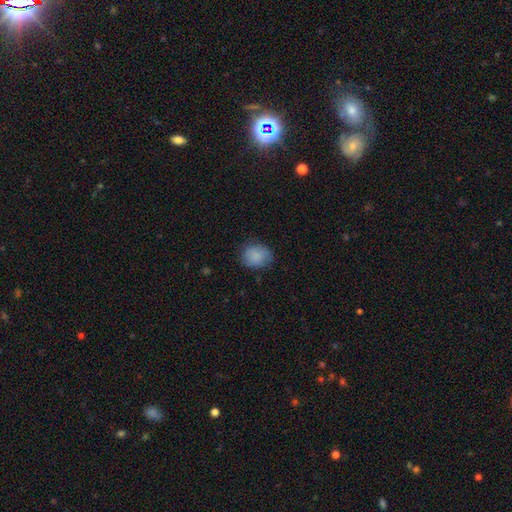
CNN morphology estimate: smooth_or_featured: smooth (p=0.85) [alt: star or artifact p=0.08]
how_rounded: round (p=0.59) [alt: in between p=0.40]
merging: none (p=0.73) [alt: minor disturbance p=0.21]